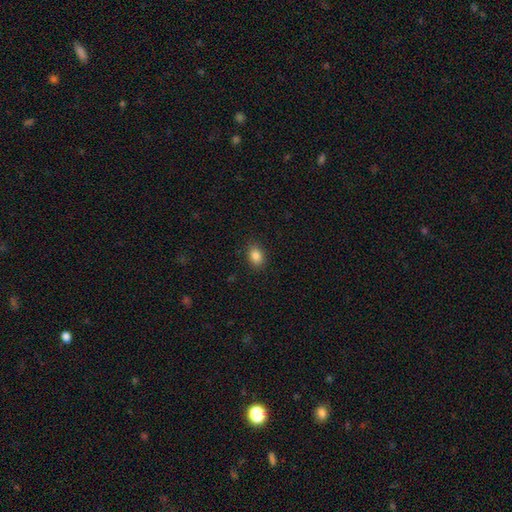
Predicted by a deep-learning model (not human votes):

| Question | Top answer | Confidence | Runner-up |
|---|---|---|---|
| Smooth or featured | smooth | 85% | star or artifact (10%) |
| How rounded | in between | 72% | round (26%) |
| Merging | none | 87% | minor disturbance (9%) |